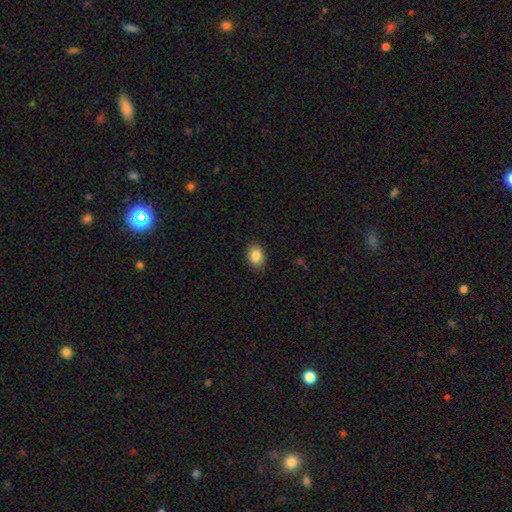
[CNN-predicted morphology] The model was most divided on "how rounded": in between: 76%, round: 23%, cigar-shaped: 1%. More confident: smooth or featured — smooth (85%); merging — none (85%).